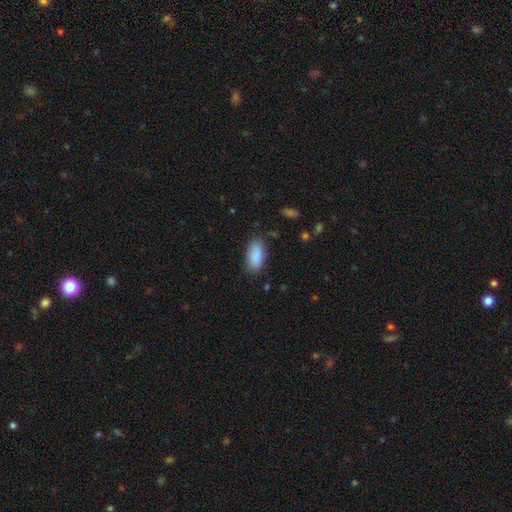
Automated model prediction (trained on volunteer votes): A smooth galaxy with no disk features (89%) that is in between round and cigar-shaped (90%).

Vote fractions:
- Smooth or featured? smooth: 89% / star or artifact: 7% / featured or disk: 4%
- How rounded? in between: 90% / cigar-shaped: 8% / round: 2%
- Merging? none: 83% / minor disturbance: 13% / major disturbance: 3% / merger: 1%